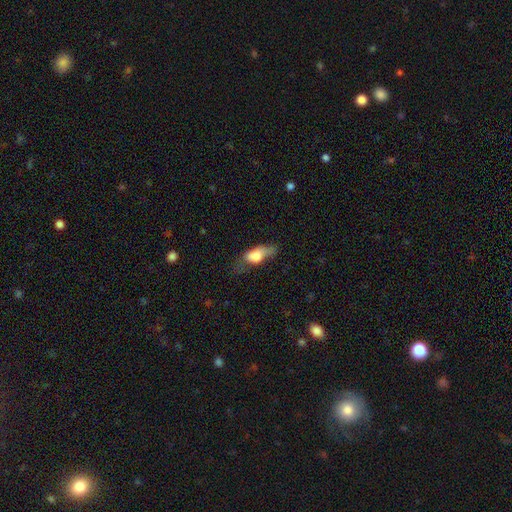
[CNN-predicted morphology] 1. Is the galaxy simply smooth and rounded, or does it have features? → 69% smooth, 23% featured or disk, 8% star or artifact.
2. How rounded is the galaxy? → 75% in between, 19% cigar-shaped, 6% round.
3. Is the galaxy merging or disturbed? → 36% major disturbance, 33% minor disturbance, 27% none, 4% merger.